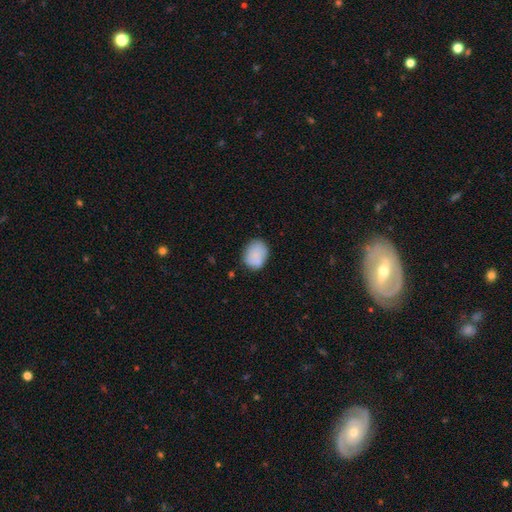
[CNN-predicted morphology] This is clearly a smooth galaxy (82%). How rounded: likely in between (61%). Merging: likely none (72%).